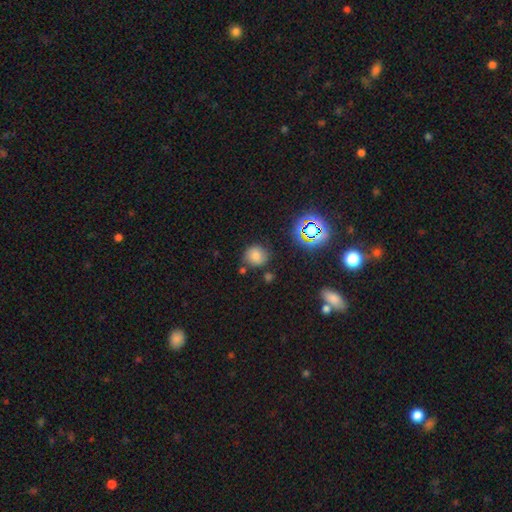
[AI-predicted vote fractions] smooth-or-featured: smooth: 73% | star or artifact: 18% | featured or disk: 9%
  how-rounded: round: 85% | in between: 14% | cigar-shaped: 1%
  merging: none: 74% | minor disturbance: 15% | merger: 6% | major disturbance: 4%